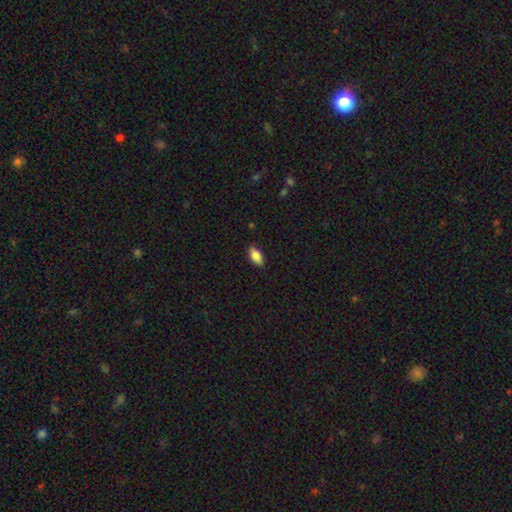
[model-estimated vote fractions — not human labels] A smooth galaxy with no disk features (80%) that is in between round and cigar-shaped (87%).

Vote fractions:
- Smooth or featured? smooth: 80% / featured or disk: 13% / star or artifact: 7%
- How rounded? in between: 87% / cigar-shaped: 10% / round: 3%
- Merging? none: 84% / minor disturbance: 13% / major disturbance: 2% / merger: 1%